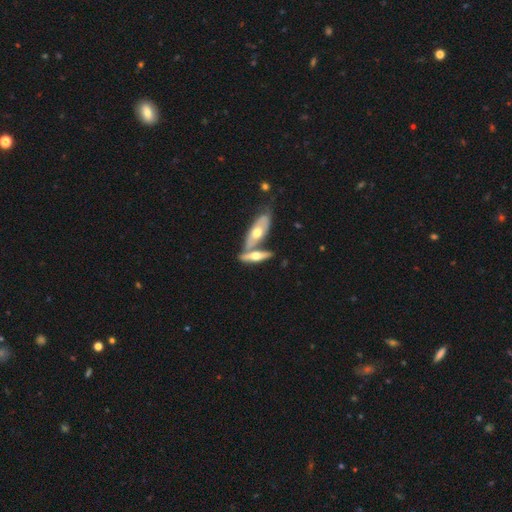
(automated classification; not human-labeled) This is possibly a featured or disk galaxy (57%). It is likely viewed edge-on (79%). Merging: marginally merger (44%).